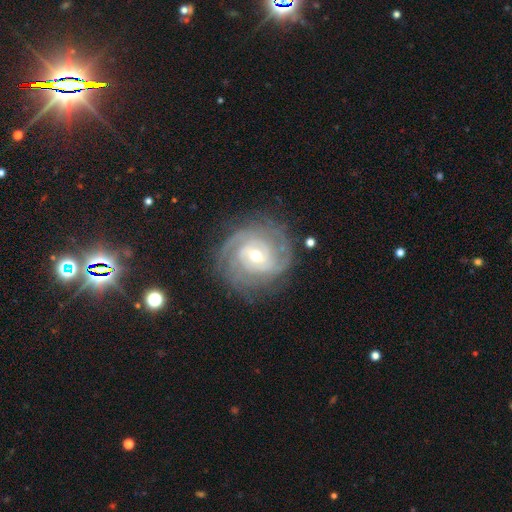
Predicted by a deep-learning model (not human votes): smooth-or-featured: featured or disk: 87% | smooth: 7% | star or artifact: 6%
  disk-edge-on: no: 97% | yes: 3%
    bar: no: 45% | weak: 42% | strong: 13%
    has-spiral-arms: yes: 96% | no: 4%
      spiral-winding: tight: 70% | medium: 25% | loose: 5%
      spiral-arm-count: 2: 27% | can't tell: 25% | 3: 25% | 4: 12% | more than 4: 6% | 1: 6%
    bulge-size: small: 50% | moderate: 47% | large: 2% | none: 1% | dominant: 1%
  merging: none: 79% | minor disturbance: 14% | major disturbance: 6% | merger: 1%